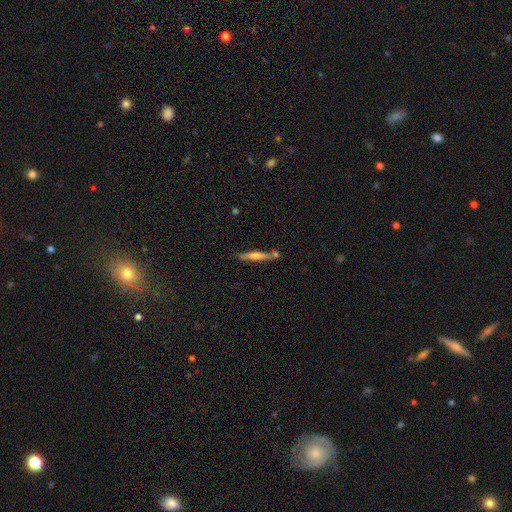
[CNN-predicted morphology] featured or disk 54%, smooth 39%, star or artifact 7%. Down the decision tree: edge-on disk — yes (95%); edge-on bulge — rounded (64%); merging — none (73%).